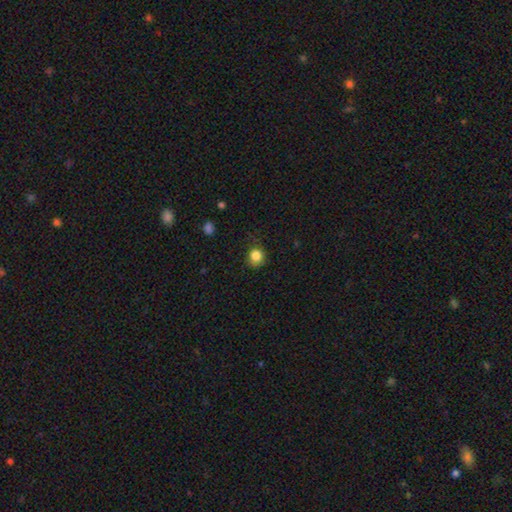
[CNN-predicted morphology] smooth_or_featured: smooth (p=0.84) [alt: star or artifact p=0.12]
how_rounded: round (p=0.83) [alt: in between p=0.16]
merging: none (p=0.75) [alt: minor disturbance p=0.19]